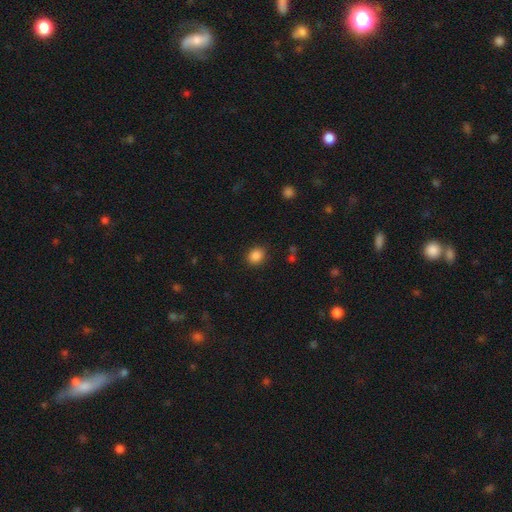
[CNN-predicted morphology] smooth 87%, star or artifact 10%, featured or disk 3%. Down the decision tree: how rounded — round (61%); merging — none (88%).